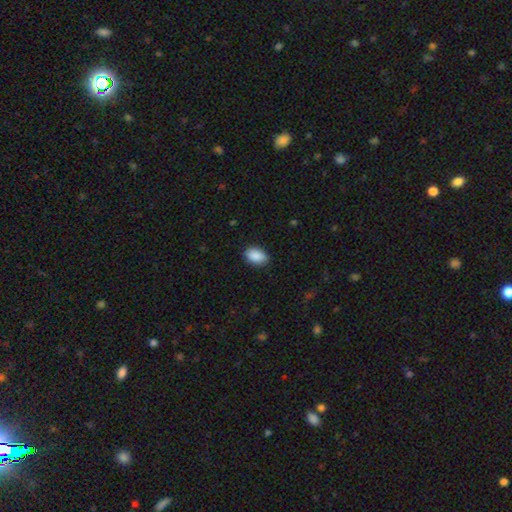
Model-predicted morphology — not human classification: Smooth or featured: smooth — 90% (star or artifact — 7%)
How rounded: in between — 91% (round — 8%)
Merging: none — 87% (minor disturbance — 10%)